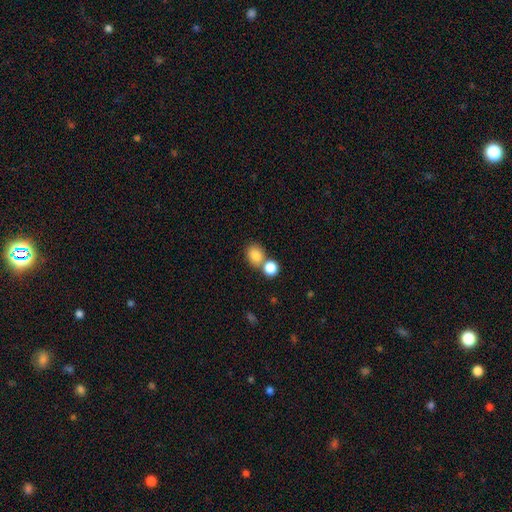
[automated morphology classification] This appears to be a smooth galaxy with no disk features (83%) that is round (66%). Merging: none (54%).